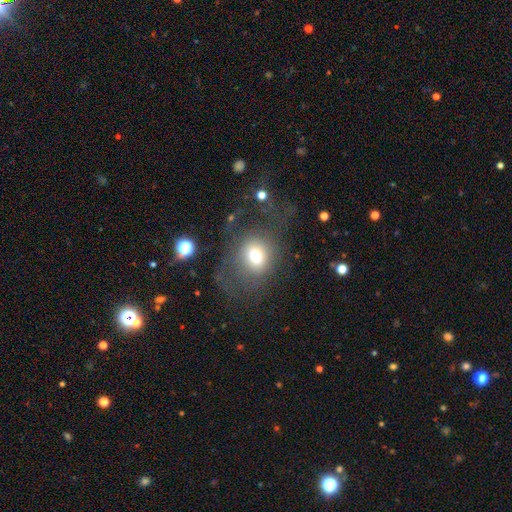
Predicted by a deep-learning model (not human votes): smooth-or-featured: smooth: 64% | featured or disk: 23% | star or artifact: 14%
  how-rounded: round: 71% | in between: 28% | cigar-shaped: 1%
  merging: none: 46% | major disturbance: 34% | minor disturbance: 17% | merger: 3%